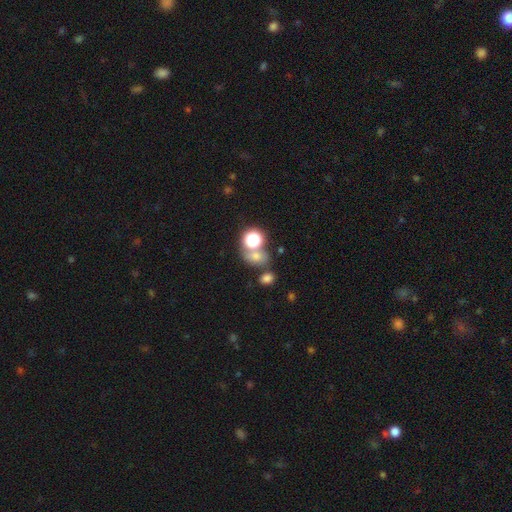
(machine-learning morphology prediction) Smooth or featured? smooth (63%)
How rounded? round (50%)
Merging? none (52%)